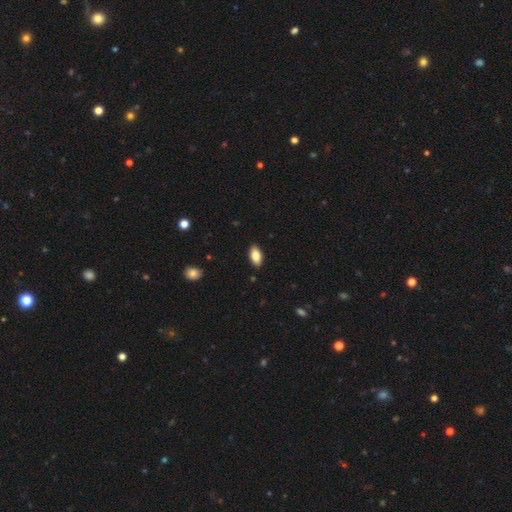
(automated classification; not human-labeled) This is clearly a smooth galaxy (83%). How rounded: clearly in between (92%). Merging: clearly none (89%).